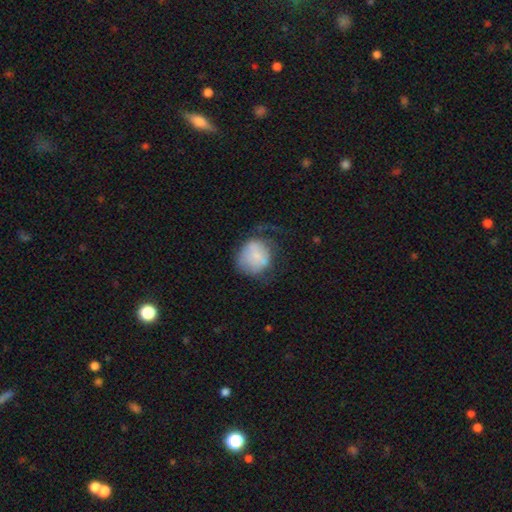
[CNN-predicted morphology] The model was most divided on "merging": none: 40%, major disturbance: 28%, minor disturbance: 27%, merger: 5%. More confident: how rounded — round (80%); smooth or featured — smooth (68%).